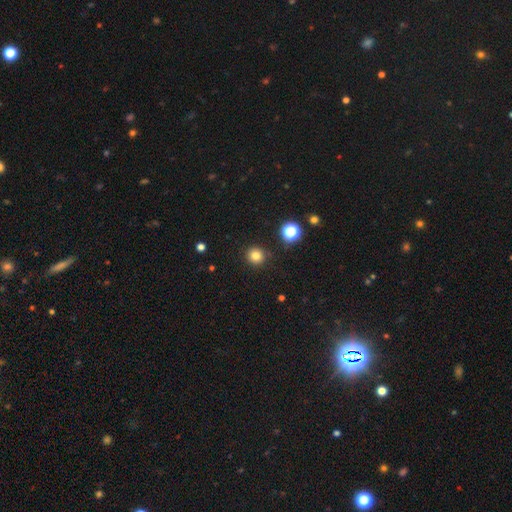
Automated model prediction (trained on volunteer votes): smooth-or-featured: smooth: 80% | star or artifact: 14% | featured or disk: 6%
  how-rounded: round: 93% | in between: 6% | cigar-shaped: 1%
  merging: none: 90% | minor disturbance: 6% | major disturbance: 2% | merger: 2%